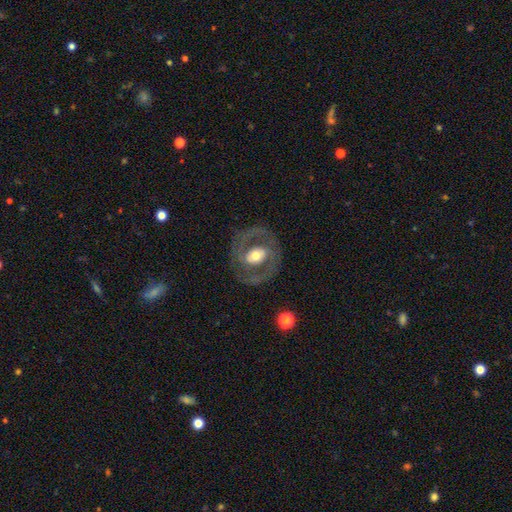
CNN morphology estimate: Smooth or featured?
  - featured or disk: 74% *
  - smooth: 20%
  - star or artifact: 6%
Edge-on disk?
  - no: 96% *
  - yes: 4%
Bar?
  - no: 45% *
  - weak: 34%
  - strong: 22%
Spiral arms?
  - yes: 67% *
  - no: 33%
Bulge size?
  - moderate: 61% *
  - large: 20%
  - small: 16%
  - dominant: 2%
  - none: 1%
Merging?
  - none: 79% *
  - minor disturbance: 11%
  - major disturbance: 9%
  - merger: 1%